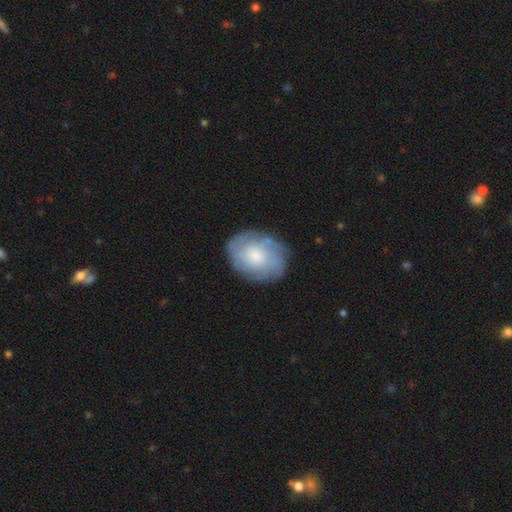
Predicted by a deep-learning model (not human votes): Q: Smooth or featured?
A: featured or disk (53%); runner-up: smooth (40%)
Q: Edge-on disk?
A: no (97%); runner-up: yes (3%)
Q: Bar?
A: no (80%); runner-up: weak (18%)
Q: Spiral arms?
A: yes (80%); runner-up: no (20%)
Q: Bulge size?
A: small (41%); tied with: moderate (41%)
Q: Merging?
A: none (76%); runner-up: minor disturbance (17%)